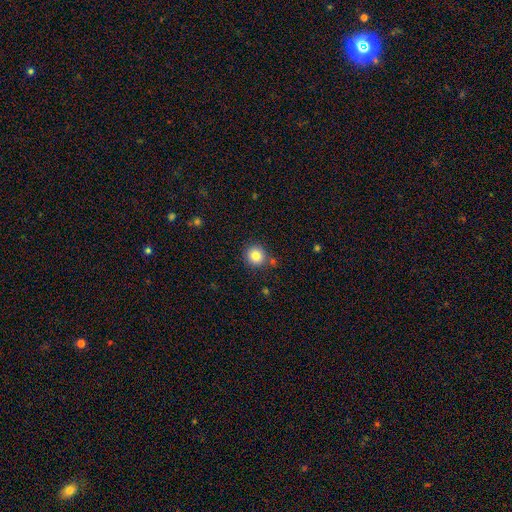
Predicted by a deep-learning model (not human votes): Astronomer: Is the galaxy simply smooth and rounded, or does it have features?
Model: smooth — 82%.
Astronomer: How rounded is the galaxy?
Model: round — 92%.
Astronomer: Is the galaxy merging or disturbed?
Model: none — 82%.